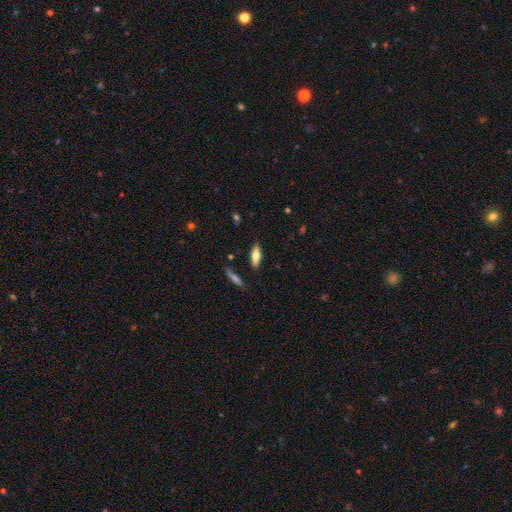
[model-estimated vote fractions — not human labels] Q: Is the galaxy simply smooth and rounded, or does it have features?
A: smooth — 65%.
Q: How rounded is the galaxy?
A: in between — 51%.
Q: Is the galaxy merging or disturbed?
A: none — 85%.